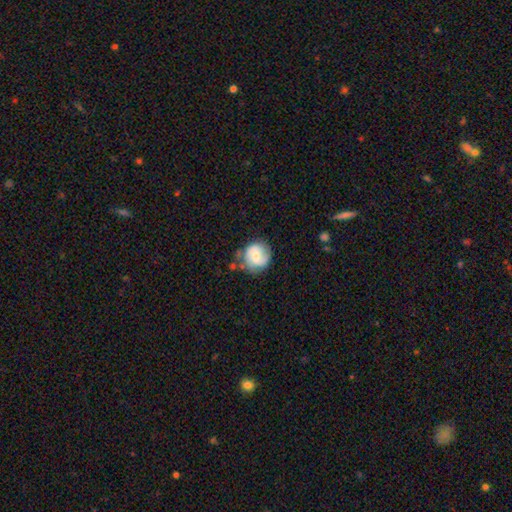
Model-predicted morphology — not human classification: This appears to be a featured or disk galaxy (60%) with no bar (57%), 2 (78%) medium (43%) spiral arms (91%) and a small central bulge (54%). Merging: none (69%).